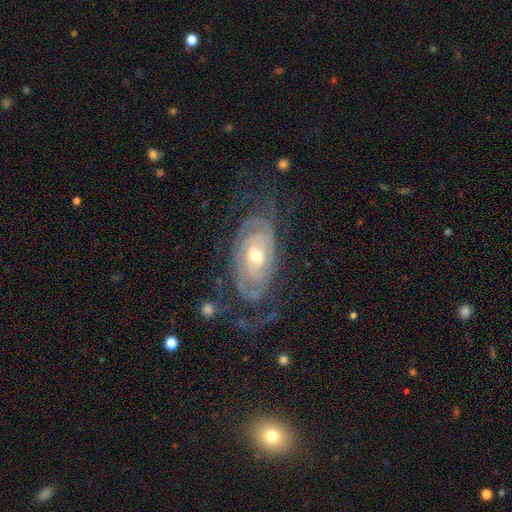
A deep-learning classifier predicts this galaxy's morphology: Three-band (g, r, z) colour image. It shows a featured or disk galaxy (88%) with no bar (70%), 2 (39%) tight (70%) spiral arms (93%) and a moderate central bulge (59%). Merging: none (67%).